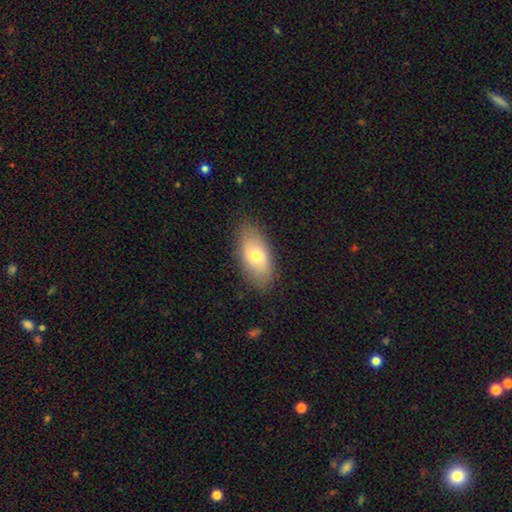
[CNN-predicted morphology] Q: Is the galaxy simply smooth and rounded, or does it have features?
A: smooth — 69%.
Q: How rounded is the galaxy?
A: in between — 91%.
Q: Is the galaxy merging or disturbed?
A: none — 82%.